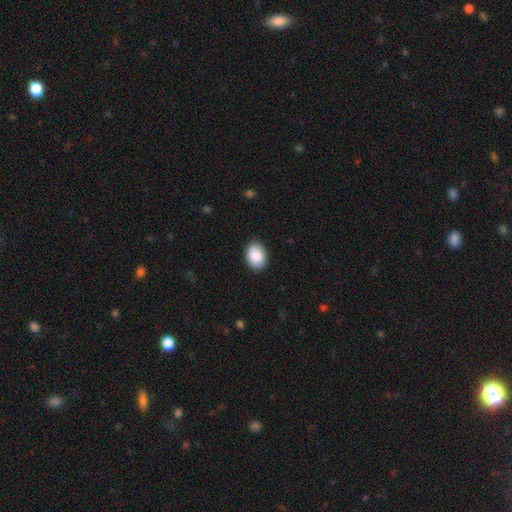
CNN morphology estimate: Smooth or featured?
  - smooth: 89% *
  - star or artifact: 7%
  - featured or disk: 4%
How rounded?
  - in between: 74% *
  - round: 25%
  - cigar-shaped: 1%
Merging?
  - none: 89% *
  - minor disturbance: 8%
  - major disturbance: 2%
  - merger: 1%